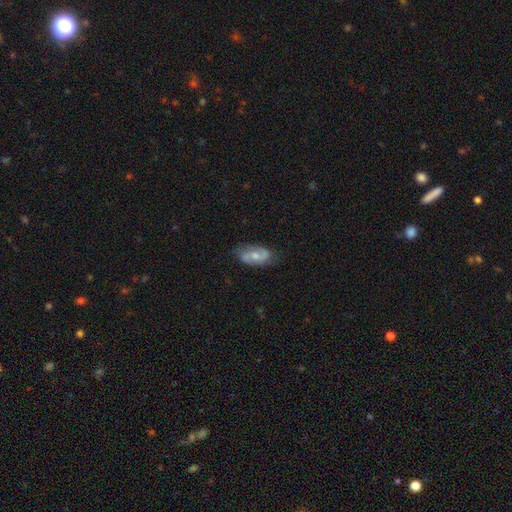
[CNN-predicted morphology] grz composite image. It shows a featured or disk galaxy (60%) with no bar (51%), spiral arms (84%) and a moderate central bulge (60%). Merging: none (75%).